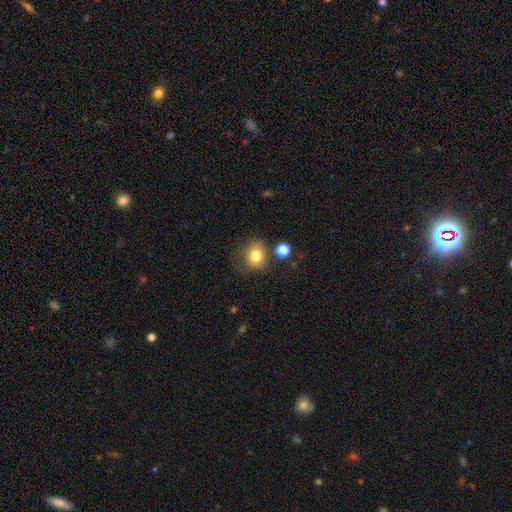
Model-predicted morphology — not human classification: smooth 82%, star or artifact 10%, featured or disk 7%. Down the decision tree: how rounded — round (72%); merging — none (69%).